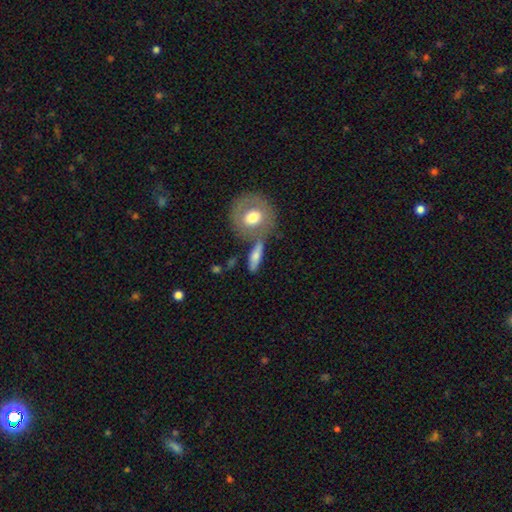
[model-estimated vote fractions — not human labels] A smooth galaxy with no disk features (64%) that is in between round and cigar-shaped (46%). Merging: none (55%).